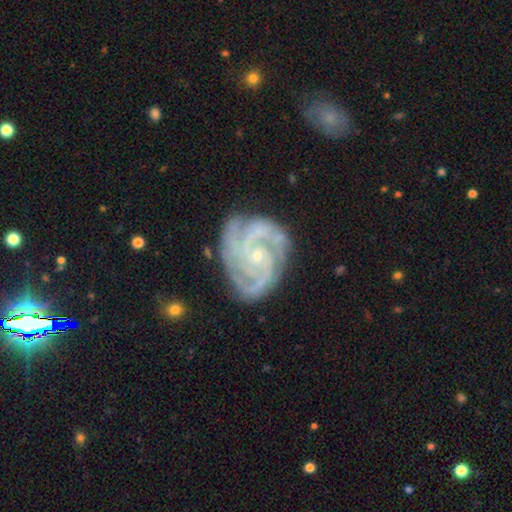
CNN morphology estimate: featured or disk 91%, star or artifact 5%, smooth 4%. Down the decision tree: edge-on disk — no (98%); bar — no (71%); spiral arms — yes (98%); spiral arm count — 3 (43%); spiral winding — tight (66%); bulge size — small (79%); merging — none (73%).